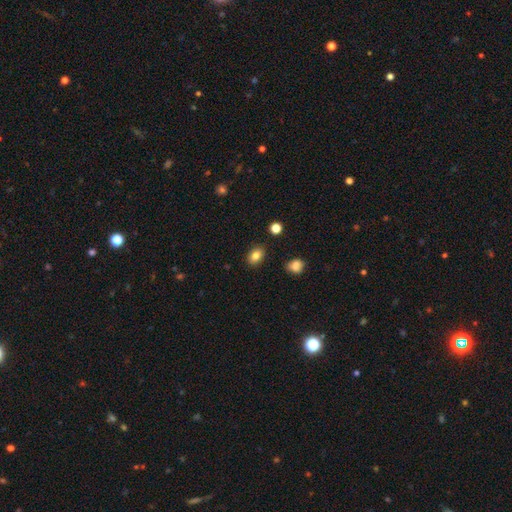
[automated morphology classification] Overall: smooth (83%). How rounded: in between (75%). Merging: none (87%).